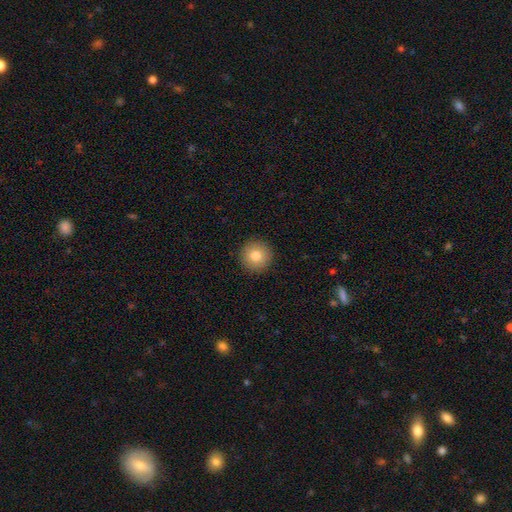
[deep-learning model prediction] Smooth or featured: smooth — 80% (featured or disk — 10%)
How rounded: round — 96% (in between — 3%)
Merging: none — 93% (minor disturbance — 5%)